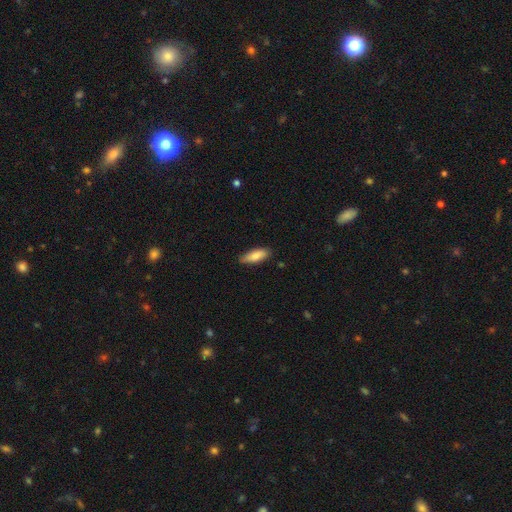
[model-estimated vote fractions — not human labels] smooth_or_featured: smooth (p=0.82) [alt: featured or disk p=0.12]
how_rounded: in between (p=0.67) [alt: cigar-shaped p=0.31]
merging: none (p=0.83) [alt: minor disturbance p=0.14]